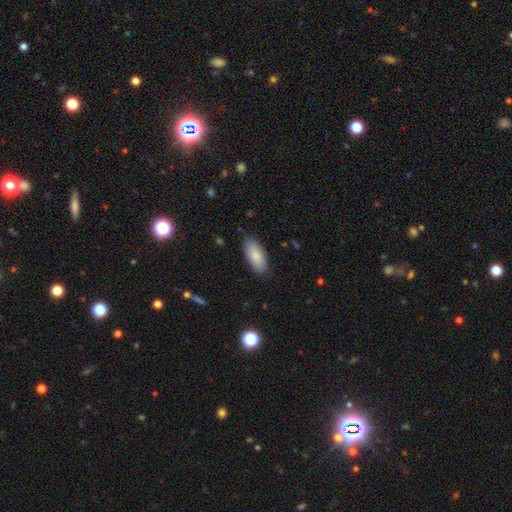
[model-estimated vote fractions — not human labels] A smooth galaxy with no disk features (85%) that is in between round and cigar-shaped (88%).

Vote fractions:
- Smooth or featured? smooth: 85% / featured or disk: 9% / star or artifact: 6%
- How rounded? in between: 88% / cigar-shaped: 11% / round: 2%
- Merging? none: 84% / minor disturbance: 12% / major disturbance: 2% / merger: 1%